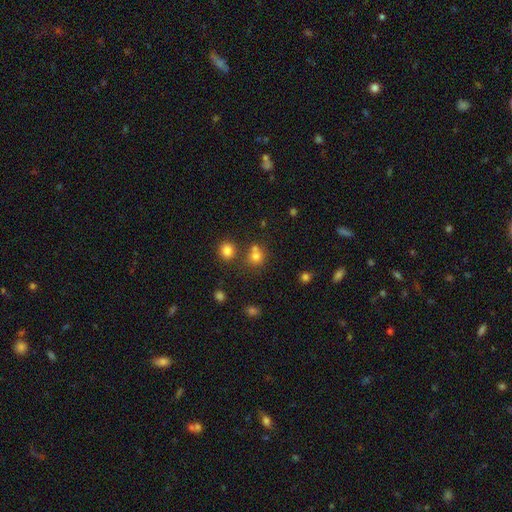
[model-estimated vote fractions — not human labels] Overall: smooth (74%). How rounded: round (84%). Merging: none (58%; merger 30%).